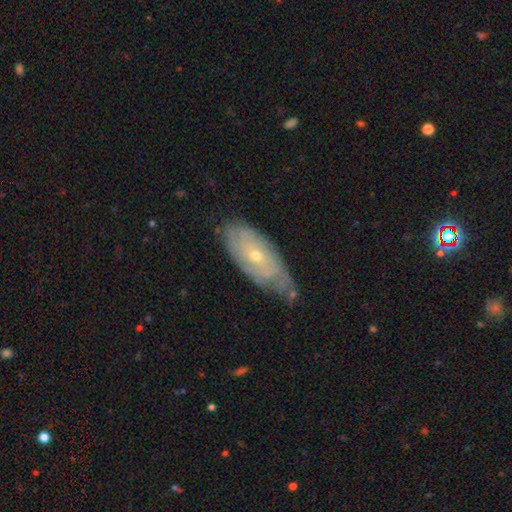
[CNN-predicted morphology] The model was most divided on "bulge size": small: 60%, moderate: 37%, large: 1%, none: 1%, dominant: 1%. More confident: edge-on disk — no (87%); bar — no (79%); spiral arms — yes (74%); smooth or featured — featured or disk (67%); merging — none (58%).